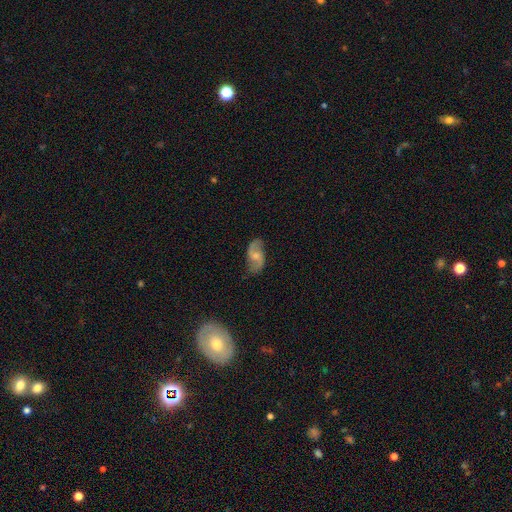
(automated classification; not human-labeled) The model was most divided on "bulge size": small: 45%, moderate: 42%, none: 9%, large: 3%, dominant: 1%. Remaining: edge-on disk — no (96%); spiral arms — yes (93%); spiral arm count — 2 (92%); merging — none (80%); smooth or featured — featured or disk (76%); spiral winding — loose (53%); bar — no (49%).